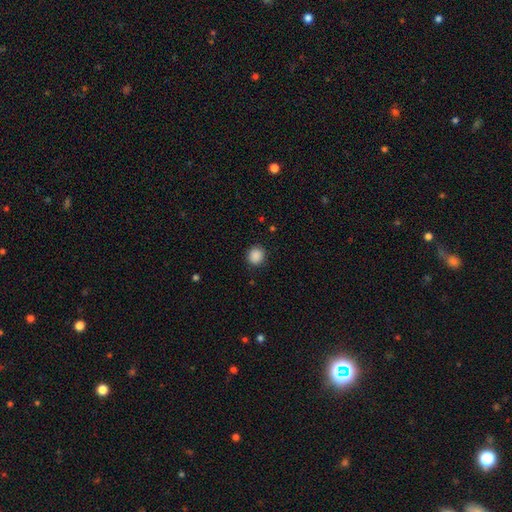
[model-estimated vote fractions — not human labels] Smooth or featured: smooth — 88% (star or artifact — 9%)
How rounded: round — 87% (in between — 12%)
Merging: none — 90% (minor disturbance — 7%)